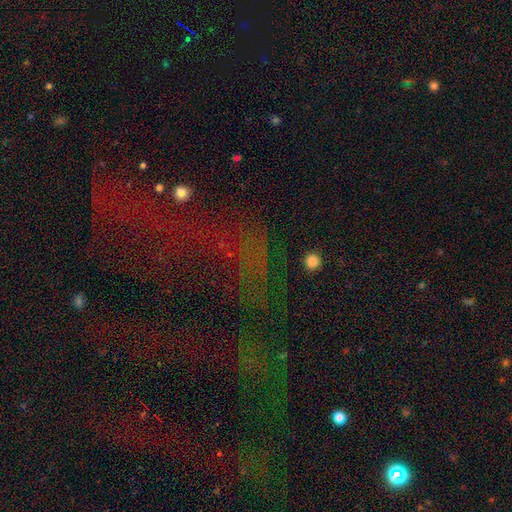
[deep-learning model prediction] Smooth or featured? star or artifact (72%)